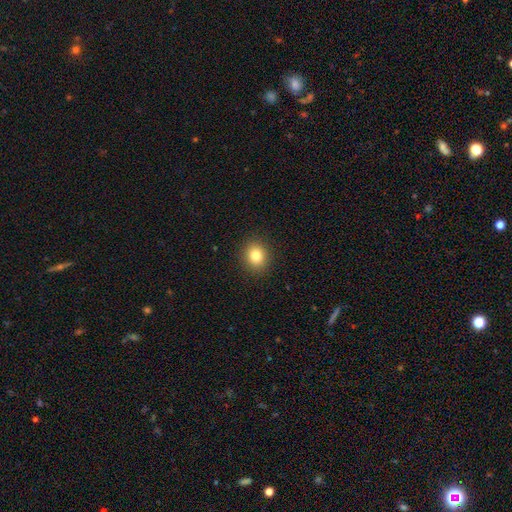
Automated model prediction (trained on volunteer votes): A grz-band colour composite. It shows a smooth galaxy with no disk features (80%) that is round (73%). Merging: none (91%).